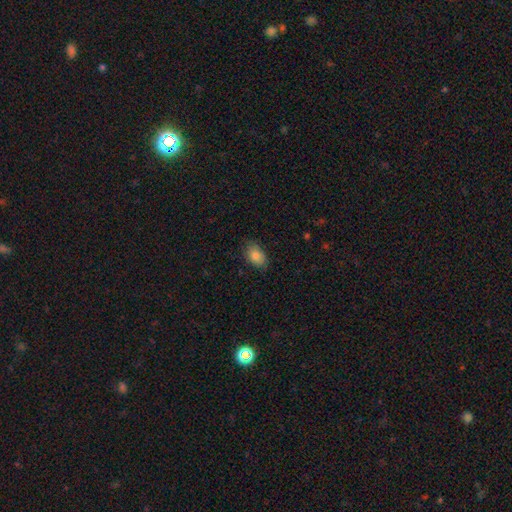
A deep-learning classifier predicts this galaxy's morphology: smooth_or_featured: smooth (p=0.86) [alt: star or artifact p=0.08]
how_rounded: in between (p=0.88) [alt: round p=0.11]
merging: none (p=0.80) [alt: minor disturbance p=0.16]